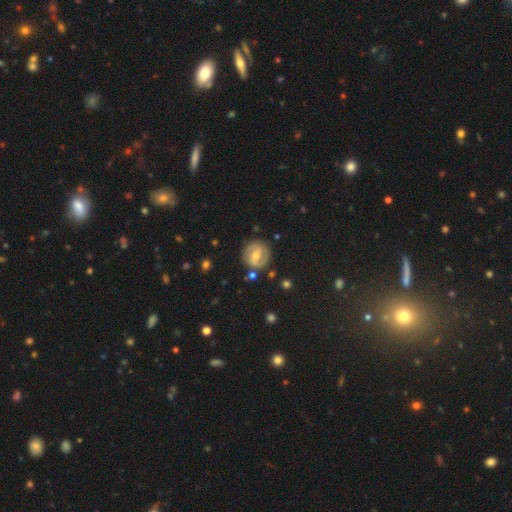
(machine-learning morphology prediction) A featured or disk galaxy (66%) with a weak bar (53%), 2 (86%) medium (46%) spiral arms (85%) and a moderate central bulge (61%).

Vote fractions:
- Smooth or featured? featured or disk: 66% / smooth: 27% / star or artifact: 7%
- Edge-on disk? no: 97% / yes: 3%
- Bar? weak: 53% / no: 24% / strong: 24%
- Spiral arms? yes: 85% / no: 15%
- Spiral winding? medium: 46% / tight: 36% / loose: 17%
- Spiral arm count? 2: 86% / can't tell: 8% / 1: 3% / 3: 1% / 4: 1% / more than 4: 1%
- Bulge size? moderate: 61% / small: 33% / large: 3% / none: 2% / dominant: 1%
- Merging? none: 82% / minor disturbance: 12% / major disturbance: 4% / merger: 3%